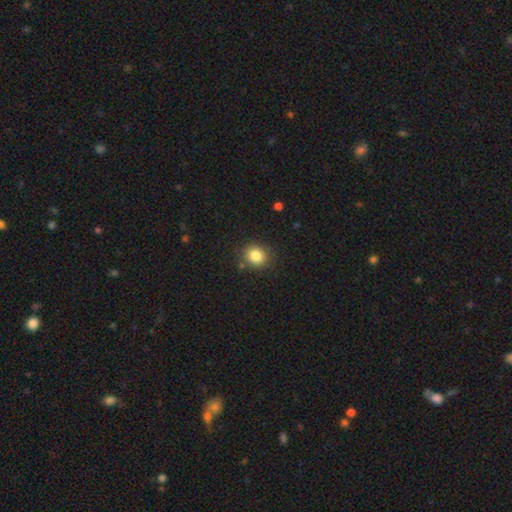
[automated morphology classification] Smooth or featured?
  - smooth: 84% *
  - star or artifact: 11%
  - featured or disk: 6%
How rounded?
  - round: 73% *
  - in between: 26%
  - cigar-shaped: 1%
Merging?
  - none: 84% *
  - minor disturbance: 10%
  - merger: 3%
  - major disturbance: 3%